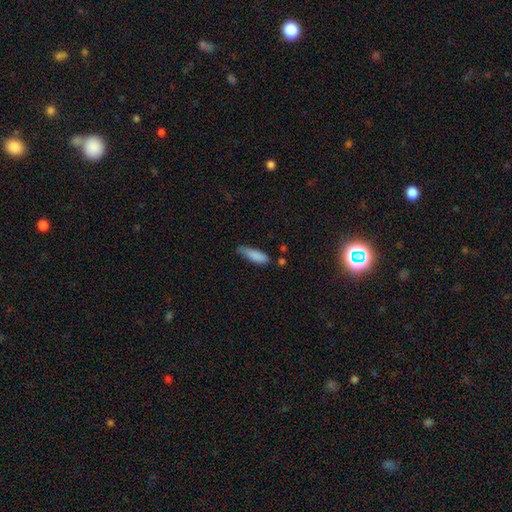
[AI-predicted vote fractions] Smooth or featured? Predicted: smooth (p=0.86). How rounded? Predicted: cigar-shaped (p=0.53). Merging? Predicted: none (p=0.54).